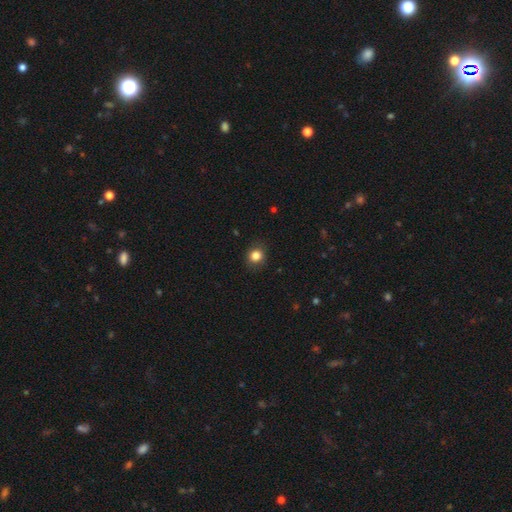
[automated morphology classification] smooth_or_featured: smooth (p=0.84) [alt: star or artifact p=0.11]
how_rounded: round (p=0.77) [alt: in between p=0.22]
merging: none (p=0.86) [alt: minor disturbance p=0.10]